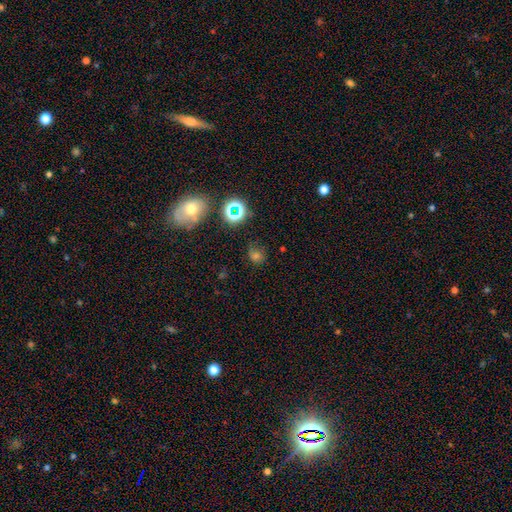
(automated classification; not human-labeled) A smooth galaxy with no disk features (55%) that is round (64%).

Vote fractions:
- Smooth or featured? smooth: 55% / star or artifact: 34% / featured or disk: 11%
- How rounded? round: 64% / in between: 34% / cigar-shaped: 1%
- Merging? none: 68% / minor disturbance: 19% / major disturbance: 8% / merger: 4%